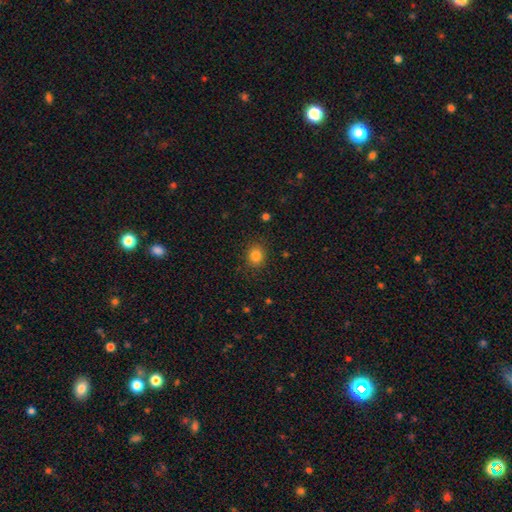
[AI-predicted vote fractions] Q: Smooth or featured?
A: smooth (83%); runner-up: star or artifact (12%)
Q: How rounded?
A: round (76%); runner-up: in between (24%)
Q: Merging?
A: none (88%); runner-up: minor disturbance (8%)